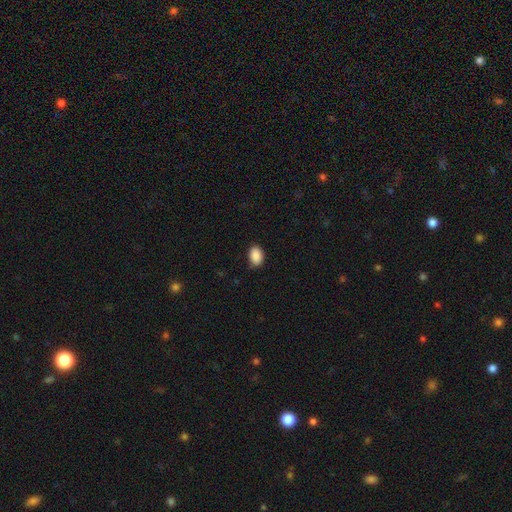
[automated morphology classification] A smooth galaxy with no disk features (90%) that is in between round and cigar-shaped (82%).

Vote fractions:
- Smooth or featured? smooth: 90% / star or artifact: 7% / featured or disk: 3%
- How rounded? in between: 82% / round: 17% / cigar-shaped: 1%
- Merging? none: 81% / minor disturbance: 15% / major disturbance: 3% / merger: 1%